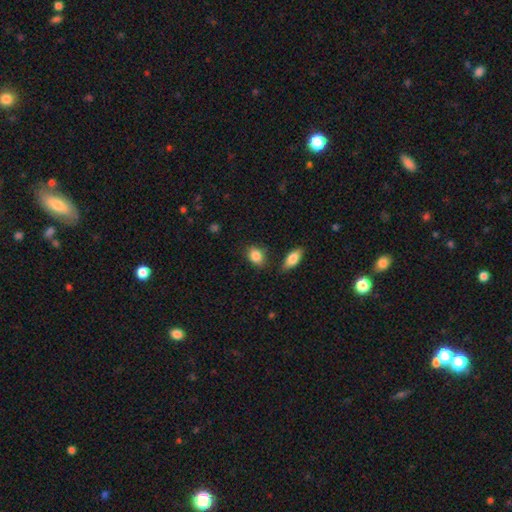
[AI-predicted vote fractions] The model was most divided on "how rounded": in between: 72%, round: 26%, cigar-shaped: 2%. More confident: smooth or featured — smooth (87%); merging — none (72%).